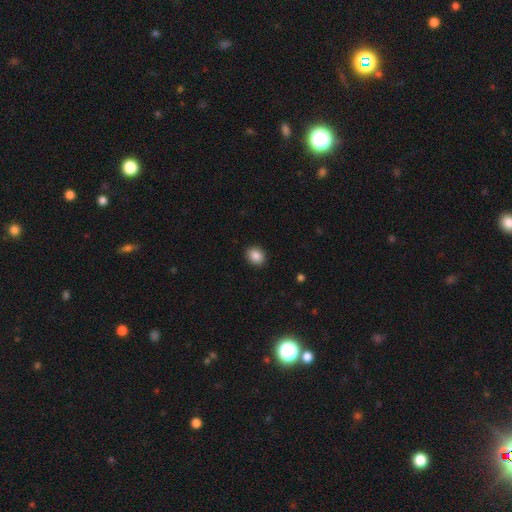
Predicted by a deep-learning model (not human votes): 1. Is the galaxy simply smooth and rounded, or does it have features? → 88% smooth, 9% star or artifact, 4% featured or disk.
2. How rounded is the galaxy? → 52% round, 47% in between, 1% cigar-shaped.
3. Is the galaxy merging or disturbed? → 91% none, 6% minor disturbance, 2% major disturbance, 1% merger.